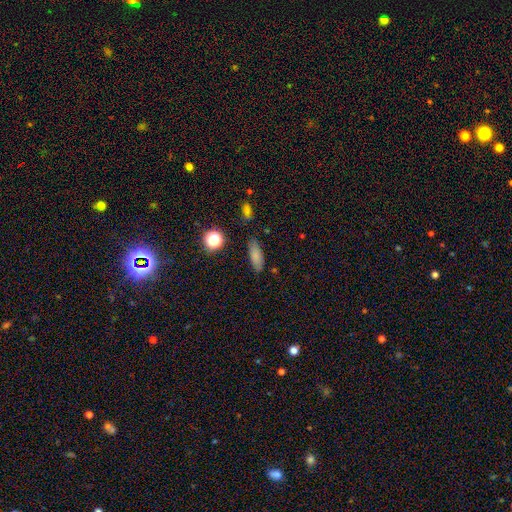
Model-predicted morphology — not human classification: Smooth or featured?
  - smooth: 79% *
  - star or artifact: 11%
  - featured or disk: 10%
How rounded?
  - in between: 65% *
  - cigar-shaped: 30%
  - round: 5%
Merging?
  - none: 81% *
  - minor disturbance: 13%
  - major disturbance: 3%
  - merger: 3%